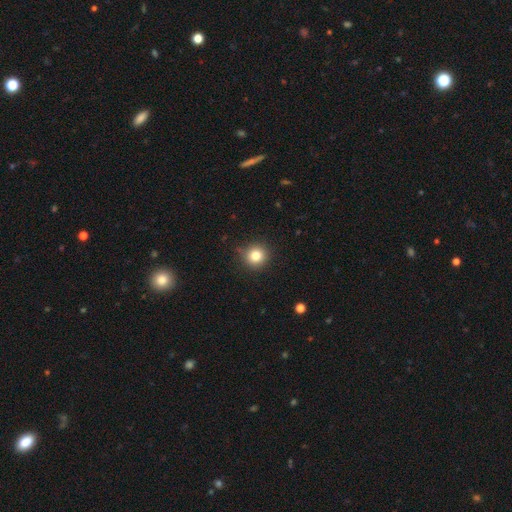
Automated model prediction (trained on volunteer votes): This is clearly a smooth galaxy (82%). How rounded: clearly round (93%). Merging: clearly none (85%).